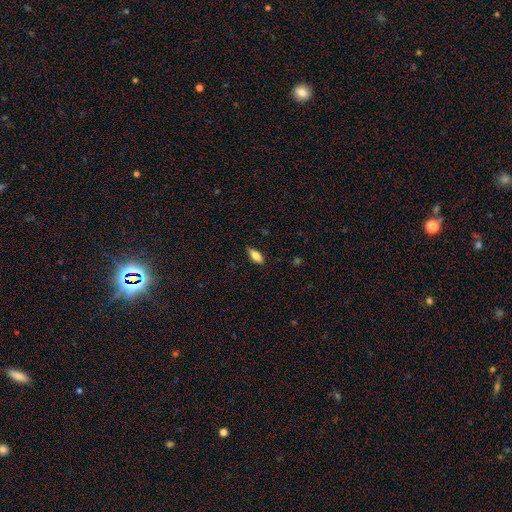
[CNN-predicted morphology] A smooth galaxy with no disk features (76%) that is in between round and cigar-shaped (80%).

Vote fractions:
- Smooth or featured? smooth: 76% / featured or disk: 17% / star or artifact: 7%
- How rounded? in between: 80% / cigar-shaped: 17% / round: 3%
- Merging? none: 84% / minor disturbance: 12% / major disturbance: 2% / merger: 1%